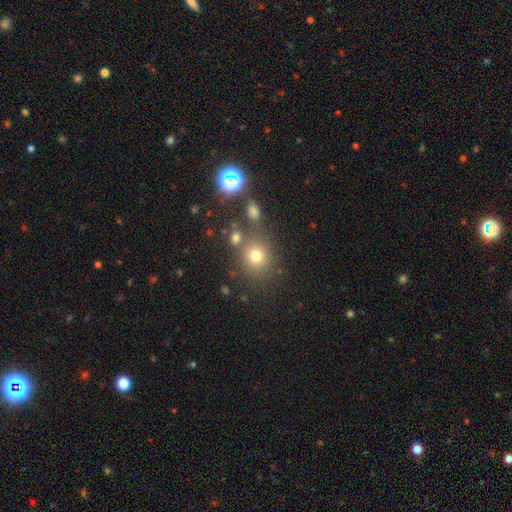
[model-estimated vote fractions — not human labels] This appears to be a smooth galaxy with no disk features (73%) that is round (82%). Merging: none (69%).